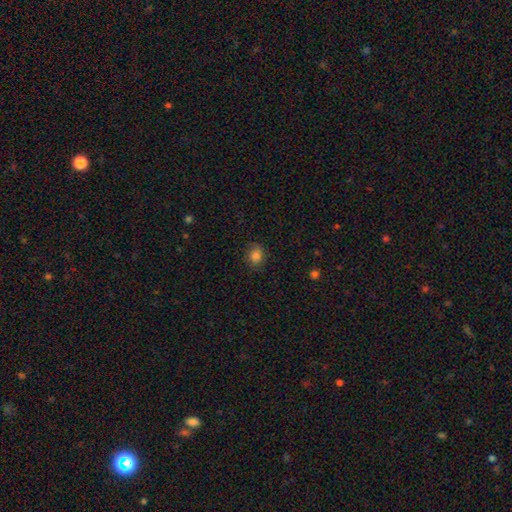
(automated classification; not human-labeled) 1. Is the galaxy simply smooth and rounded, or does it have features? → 83% smooth, 12% star or artifact, 5% featured or disk.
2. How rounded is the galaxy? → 64% round, 36% in between, 1% cigar-shaped.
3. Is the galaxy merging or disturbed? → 80% none, 15% minor disturbance, 4% major disturbance, 1% merger.